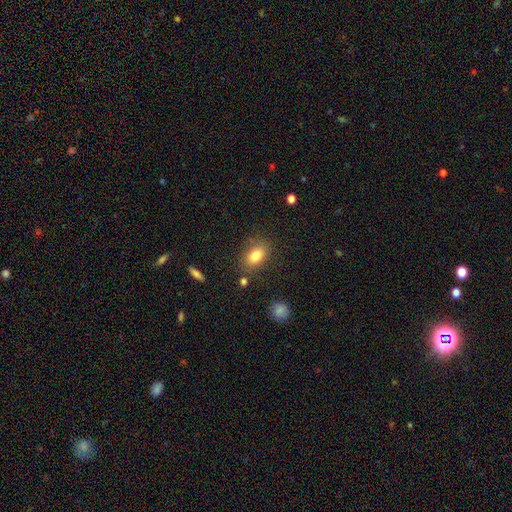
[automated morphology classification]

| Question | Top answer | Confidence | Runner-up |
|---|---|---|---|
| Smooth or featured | smooth | 81% | featured or disk (10%) |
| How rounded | in between | 81% | round (17%) |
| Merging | none | 79% | minor disturbance (13%) |